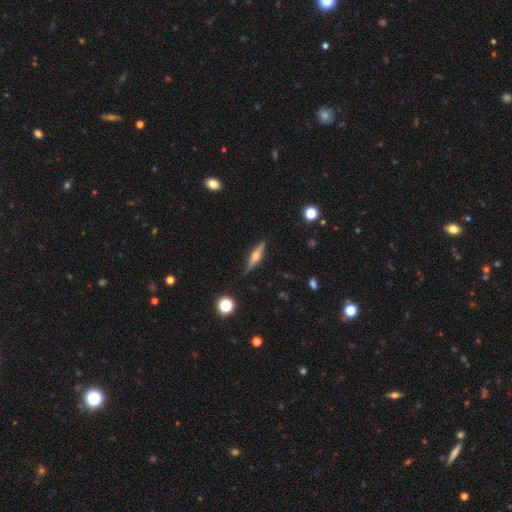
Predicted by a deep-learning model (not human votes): This is likely a featured or disk galaxy (65%). It is clearly viewed edge-on (96%). Edge-on bulge: clearly rounded (86%). Merging: clearly none (85%).